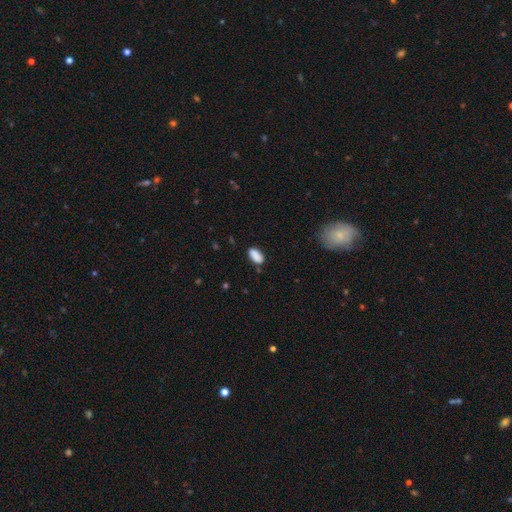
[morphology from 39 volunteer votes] smooth_or_featured: smooth (p=0.95) [alt: featured or disk p=0.03]
how_rounded: in between (p=0.89) [alt: cigar-shaped p=0.11]
merging: none (p=0.92) [alt: minor disturbance p=0.03]